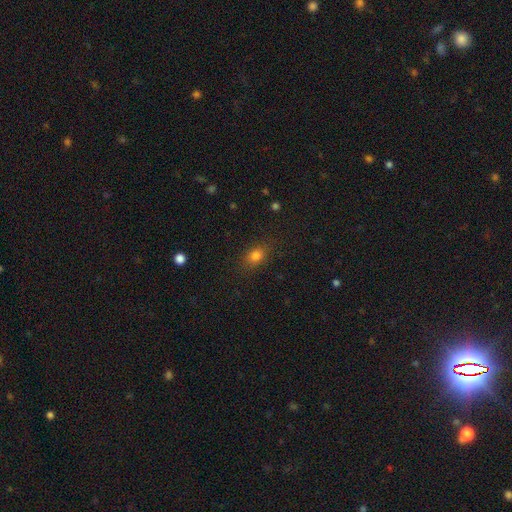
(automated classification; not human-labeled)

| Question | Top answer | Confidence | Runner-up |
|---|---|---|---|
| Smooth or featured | smooth | 80% | star or artifact (13%) |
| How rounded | in between | 66% | round (31%) |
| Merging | none | 83% | minor disturbance (12%) |